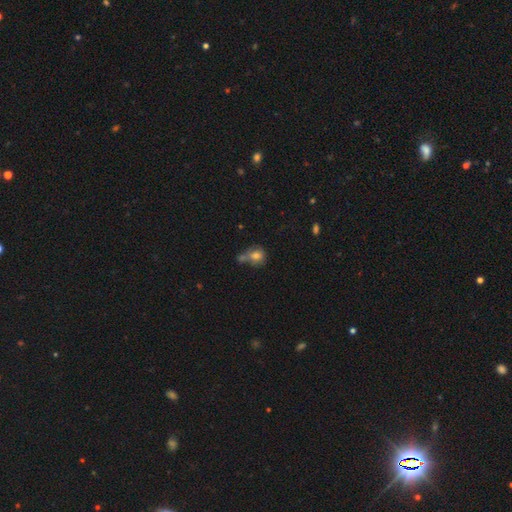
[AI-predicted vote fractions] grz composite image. It shows a smooth galaxy with no disk features (74%) that is round (66%). Merging: none (41%).